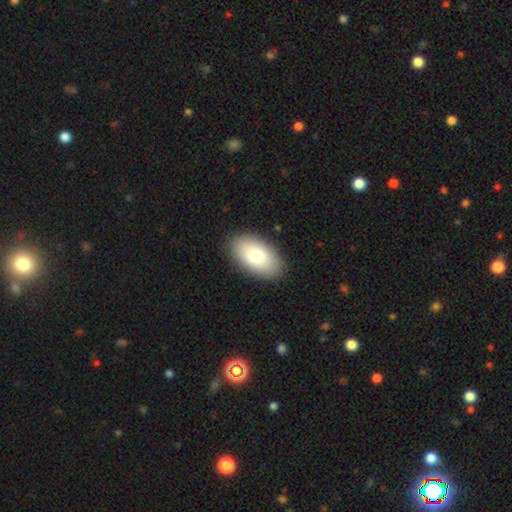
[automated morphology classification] A smooth galaxy with no disk features (81%) that is in between round and cigar-shaped (94%). Merging: none (88%).